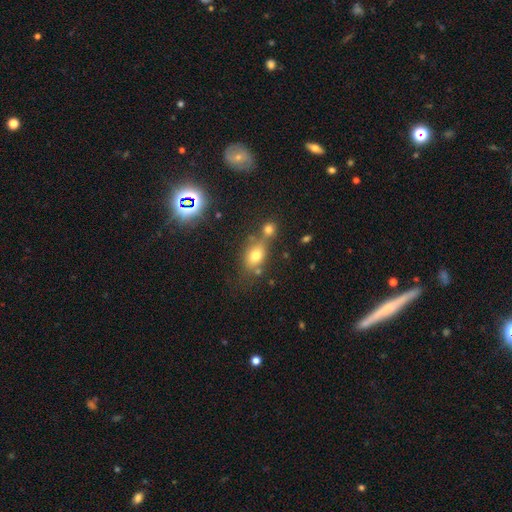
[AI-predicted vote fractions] Smooth or featured?
  - smooth: 72% *
  - featured or disk: 14%
  - star or artifact: 14%
How rounded?
  - in between: 70% *
  - round: 27%
  - cigar-shaped: 3%
Merging?
  - none: 51% *
  - merger: 27%
  - minor disturbance: 15%
  - major disturbance: 6%